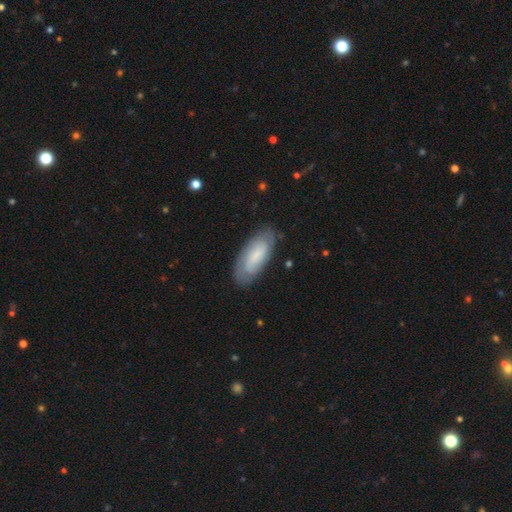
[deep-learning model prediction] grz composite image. It shows a smooth galaxy with no disk features (56%) that is in between round and cigar-shaped (81%). Merging: none (79%).